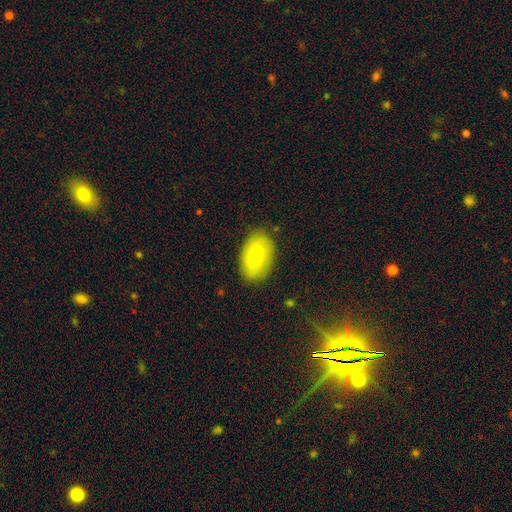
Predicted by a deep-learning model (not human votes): Smooth or featured? smooth (73%)
How rounded? in between (90%)
Merging? none (83%)